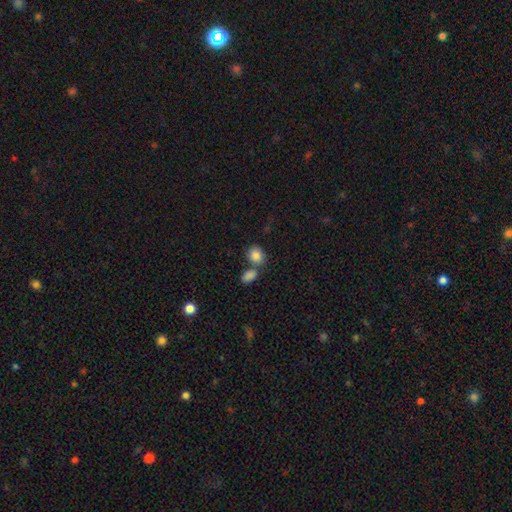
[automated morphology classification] Q: Smooth or featured?
A: smooth (86%); runner-up: star or artifact (8%)
Q: How rounded?
A: round (50%); runner-up: in between (49%)
Q: Merging?
A: none (51%); runner-up: merger (34%)